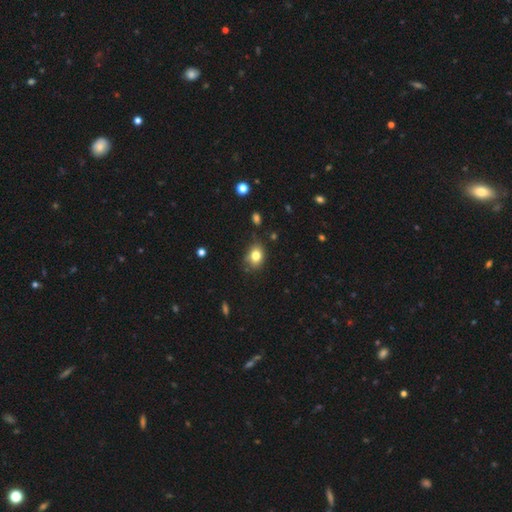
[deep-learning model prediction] smooth 80%, star or artifact 10%, featured or disk 10%. Down the decision tree: how rounded — in between (64%); merging — none (67%).